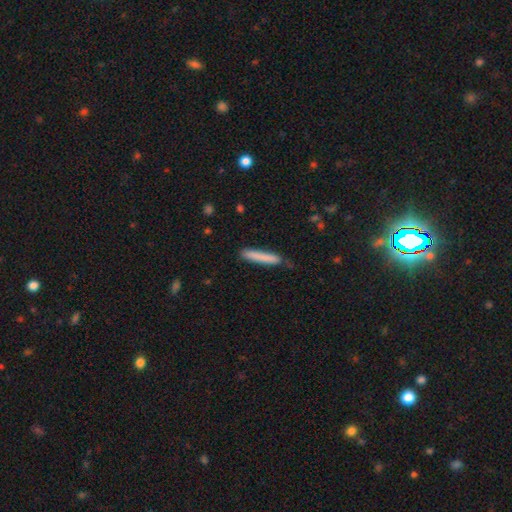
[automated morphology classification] This is likely a smooth galaxy (80%). How rounded: clearly cigar-shaped (95%). Merging: clearly none (80%).